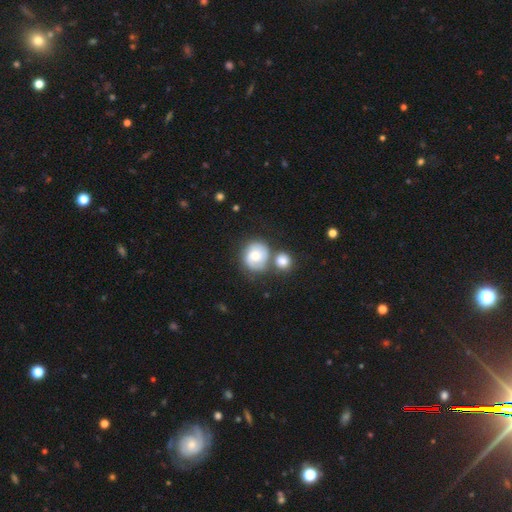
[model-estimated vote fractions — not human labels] smooth-or-featured: smooth: 49% | featured or disk: 43% | star or artifact: 8%
  merging: none: 52% | merger: 27% | minor disturbance: 15% | major disturbance: 6%